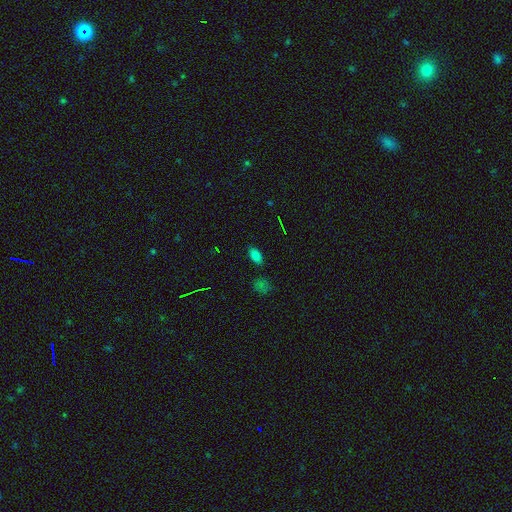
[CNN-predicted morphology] Overall: smooth (76%). How rounded: in between (90%). Merging: none (84%).